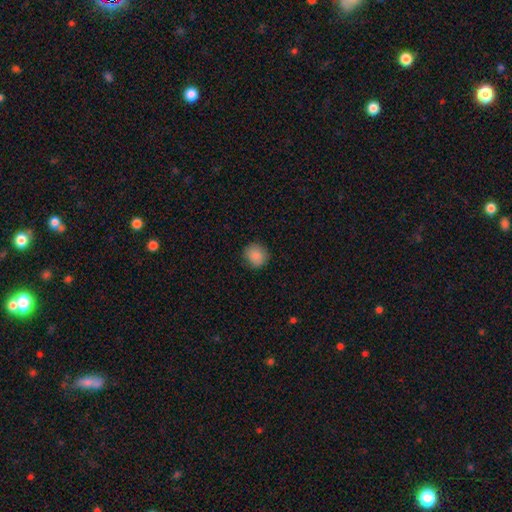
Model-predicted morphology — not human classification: This appears to be a smooth galaxy with no disk features (87%) that is round (88%). Merging: none (86%).